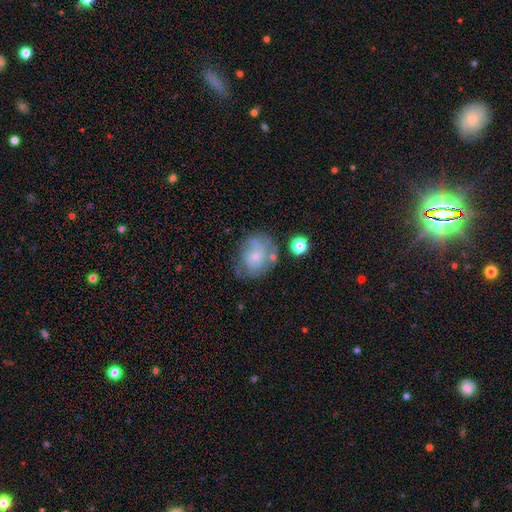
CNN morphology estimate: featured or disk 46%, smooth 44%, star or artifact 10%. Down the decision tree: merging — none (53%).